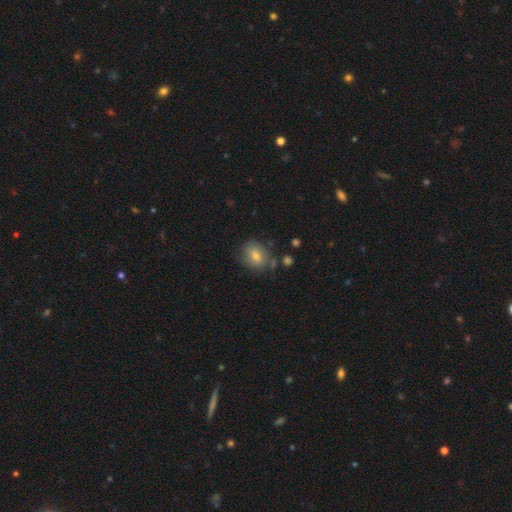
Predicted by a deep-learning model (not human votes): A smooth galaxy with no disk features (76%) that is round (54%). Merging: none (69%).